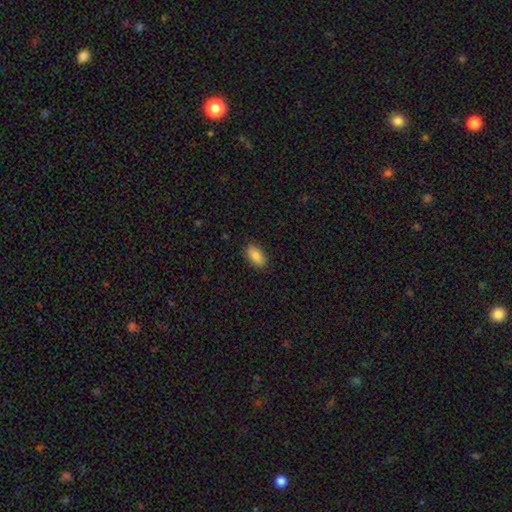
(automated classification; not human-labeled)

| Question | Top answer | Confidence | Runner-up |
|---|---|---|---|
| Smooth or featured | smooth | 86% | featured or disk (7%) |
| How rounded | in between | 91% | cigar-shaped (6%) |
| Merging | none | 88% | minor disturbance (9%) |